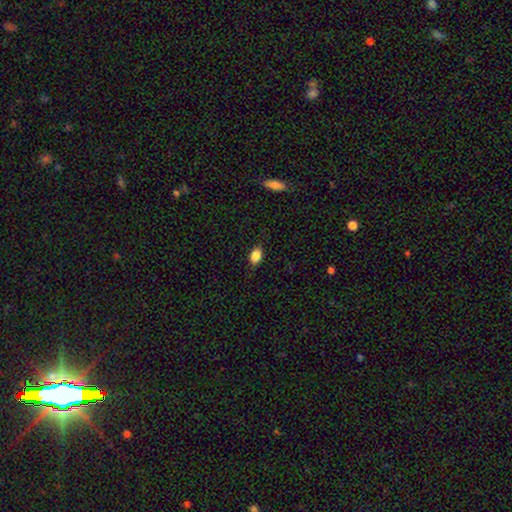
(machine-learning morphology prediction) A smooth galaxy with no disk features (86%) that is in between round and cigar-shaped (83%). Merging: none (83%).